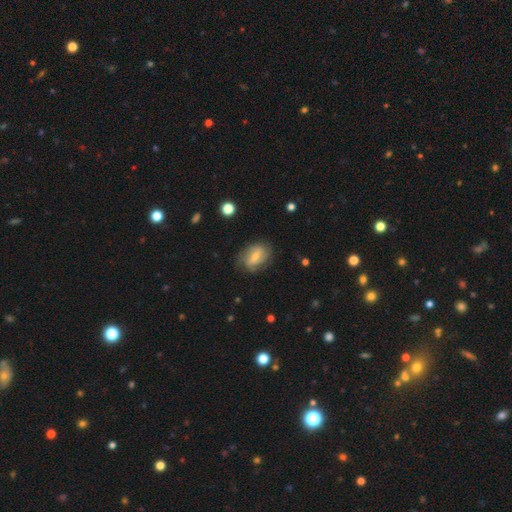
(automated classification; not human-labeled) Overall: featured or disk (68%). Edge-on disk: no (95%). Bar: weak (47%; strong 28%). Spiral arms: yes (87%). Spiral arm count: 2 (48%; can't tell 28%). Spiral winding: tight (43%; medium 38%). Bulge size: small (50%; moderate 43%). Merging: none (73%).